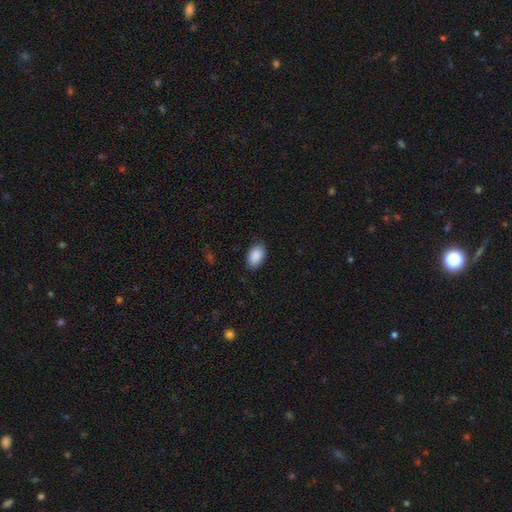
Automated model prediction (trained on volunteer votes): smooth-or-featured: smooth: 90% | star or artifact: 6% | featured or disk: 4%
  how-rounded: in between: 92% | round: 6% | cigar-shaped: 1%
  merging: none: 84% | minor disturbance: 13% | major disturbance: 3% | merger: 1%